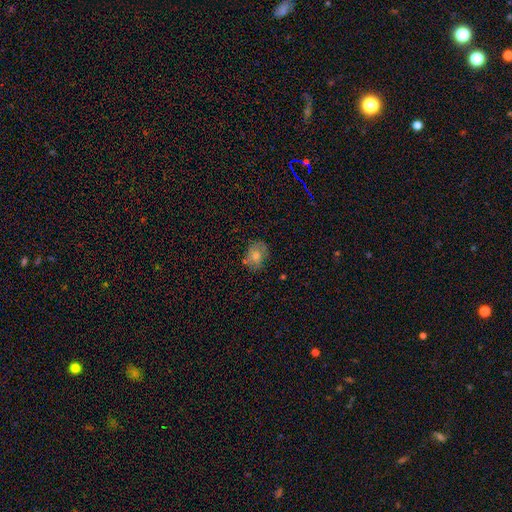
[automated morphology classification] smooth-or-featured: smooth: 59% | featured or disk: 26% | star or artifact: 15%
  how-rounded: in between: 50% | round: 48% | cigar-shaped: 1%
  merging: none: 72% | minor disturbance: 20% | major disturbance: 5% | merger: 3%